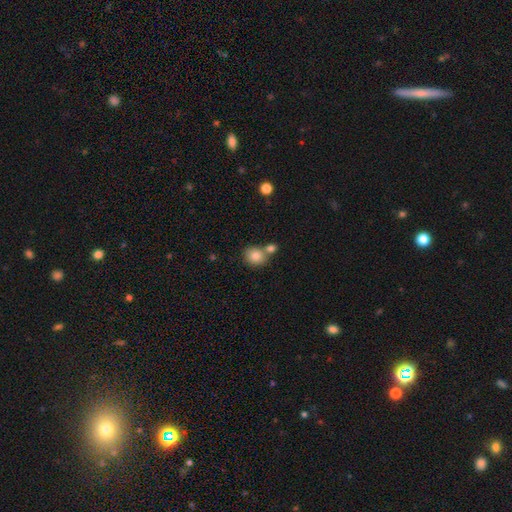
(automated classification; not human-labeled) Smooth or featured? Predicted: smooth (p=0.81). How rounded? Predicted: round (p=0.73). Merging? Predicted: none (p=0.53).